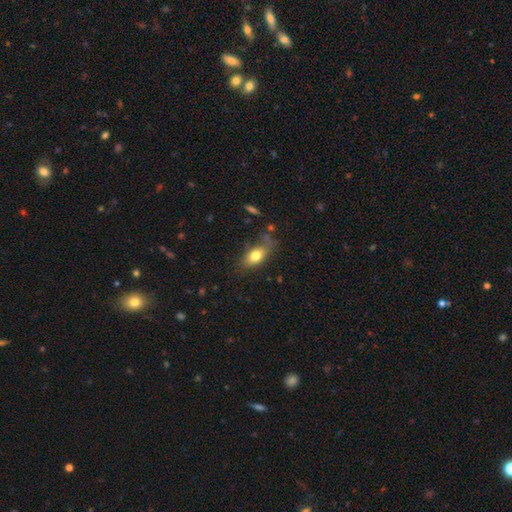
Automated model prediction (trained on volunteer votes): Smooth or featured?
  - smooth: 75% *
  - featured or disk: 17%
  - star or artifact: 8%
How rounded?
  - in between: 81% *
  - cigar-shaped: 10%
  - round: 9%
Merging?
  - none: 61% *
  - minor disturbance: 24%
  - major disturbance: 10%
  - merger: 5%